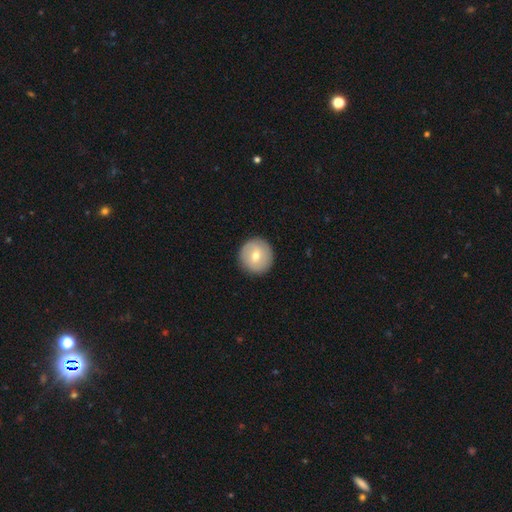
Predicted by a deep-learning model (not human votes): Smooth or featured: smooth — 65% (featured or disk — 28%)
How rounded: round — 95% (in between — 4%)
Merging: none — 92% (minor disturbance — 6%)